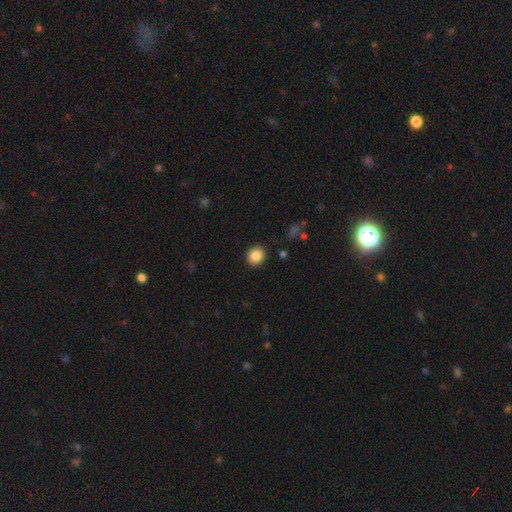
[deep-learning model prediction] Smooth or featured?
  - smooth: 86% *
  - star or artifact: 9%
  - featured or disk: 4%
How rounded?
  - round: 81% *
  - in between: 18%
  - cigar-shaped: 1%
Merging?
  - none: 90% *
  - minor disturbance: 6%
  - major disturbance: 2%
  - merger: 1%